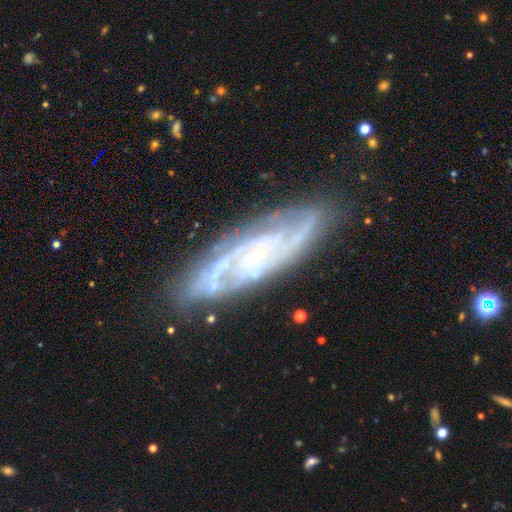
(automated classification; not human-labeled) A featured or disk galaxy (86%) with no bar (64%), 2 (31%) tight (61%) spiral arms (96%) and a small central bulge (81%). Merging: none (79%).